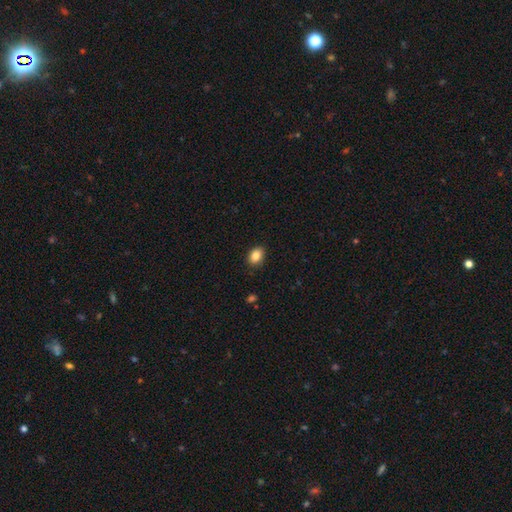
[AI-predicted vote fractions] smooth-or-featured: smooth: 87% | star or artifact: 9% | featured or disk: 4%
  how-rounded: in between: 73% | round: 25% | cigar-shaped: 1%
  merging: none: 88% | minor disturbance: 9% | major disturbance: 2% | merger: 1%